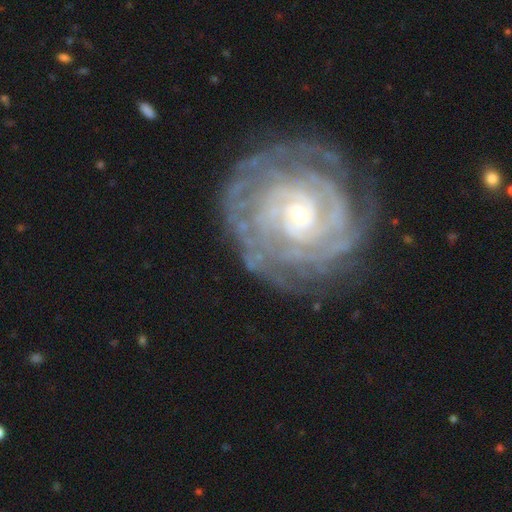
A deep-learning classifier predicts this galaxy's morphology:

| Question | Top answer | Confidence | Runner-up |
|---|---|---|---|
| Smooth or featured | featured or disk | 88% | star or artifact (6%) |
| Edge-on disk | no | 97% | yes (3%) |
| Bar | no | 73% | weak (20%) |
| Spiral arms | yes | 97% | no (3%) |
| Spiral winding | tight | 81% | medium (16%) |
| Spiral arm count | can't tell | 28% | 2 (18%) |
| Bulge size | small | 76% | moderate (19%) |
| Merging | none | 74% | minor disturbance (16%) |